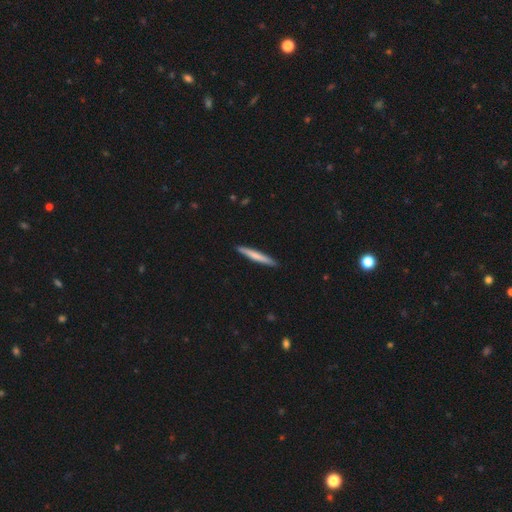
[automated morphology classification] Q: Smooth or featured?
A: smooth (67%); runner-up: featured or disk (28%)
Q: How rounded?
A: cigar-shaped (96%); runner-up: in between (3%)
Q: Merging?
A: none (91%); runner-up: minor disturbance (6%)